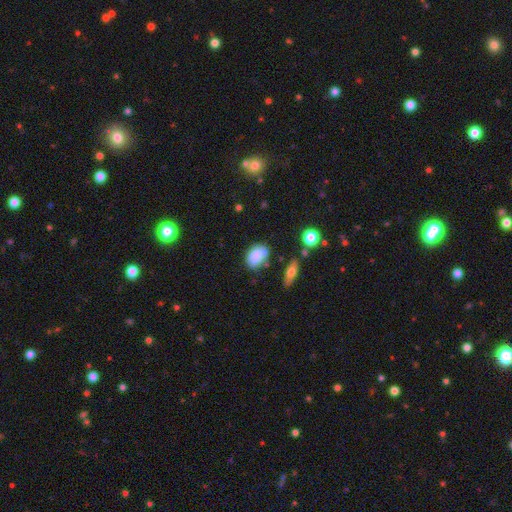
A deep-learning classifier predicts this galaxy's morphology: A smooth galaxy with no disk features (82%) that is in between round and cigar-shaped (81%). Merging: none (58%).